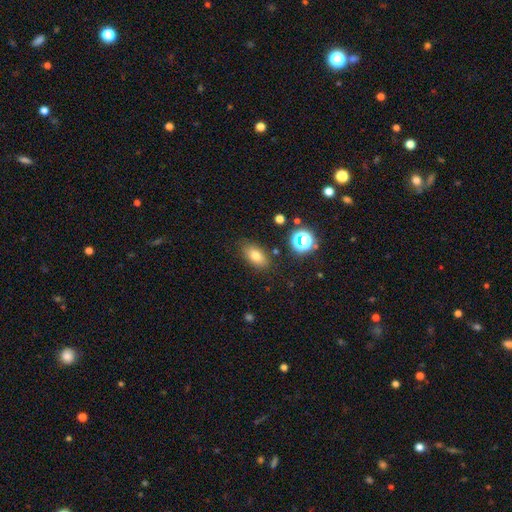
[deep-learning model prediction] smooth-or-featured: smooth: 77% | star or artifact: 12% | featured or disk: 11%
  how-rounded: in between: 86% | round: 9% | cigar-shaped: 5%
  merging: none: 82% | minor disturbance: 12% | major disturbance: 3% | merger: 3%